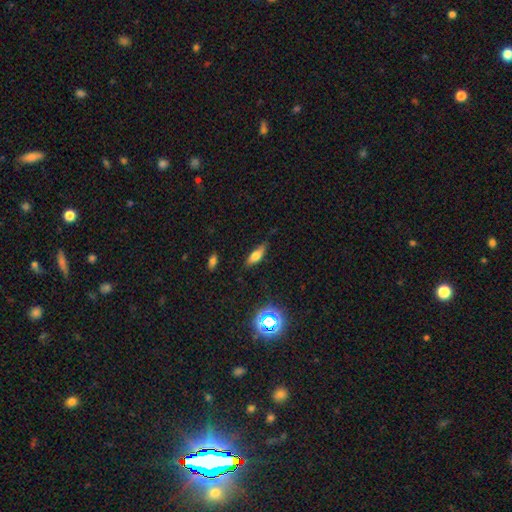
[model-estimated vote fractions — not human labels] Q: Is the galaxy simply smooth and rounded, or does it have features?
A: smooth — 65%.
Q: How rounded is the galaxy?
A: in between — 67%.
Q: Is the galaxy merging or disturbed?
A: none — 70%.